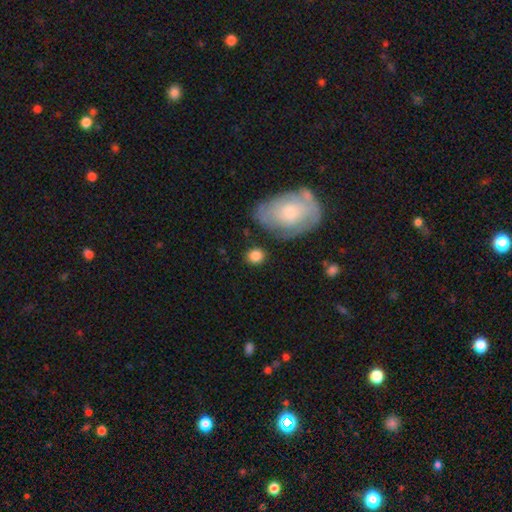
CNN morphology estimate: smooth_or_featured: smooth (p=0.83) [alt: featured or disk p=0.10]
how_rounded: round (p=0.72) [alt: in between p=0.26]
merging: none (p=0.80) [alt: minor disturbance p=0.11]